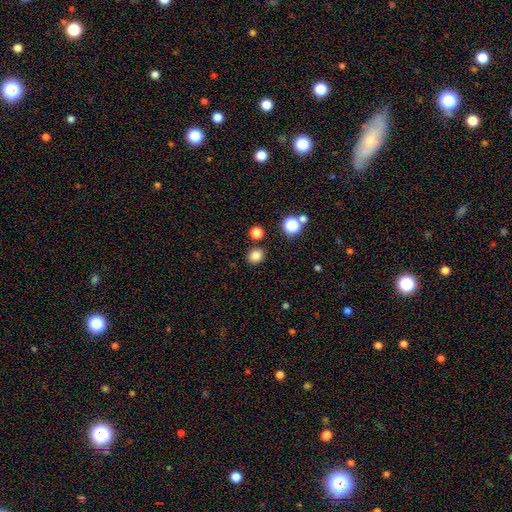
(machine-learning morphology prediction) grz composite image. It shows a smooth galaxy with no disk features (82%) that is round (76%). Merging: none (85%).